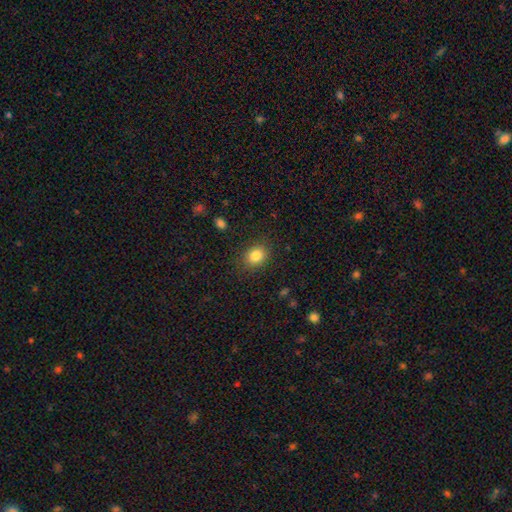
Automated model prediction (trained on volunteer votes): This is clearly a smooth galaxy (84%). How rounded: possibly round (53%). Merging: clearly none (85%).